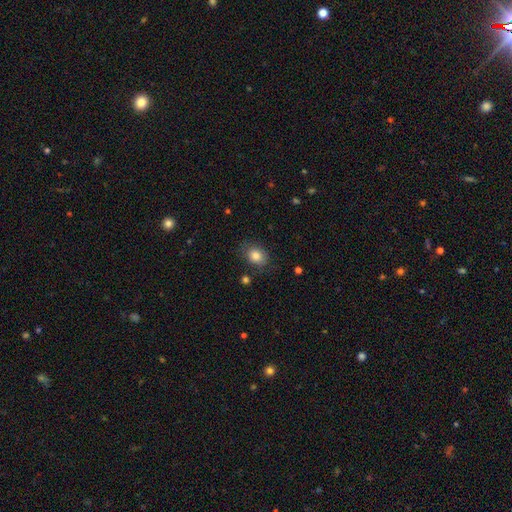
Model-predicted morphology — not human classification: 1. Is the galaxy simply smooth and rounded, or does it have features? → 83% smooth, 10% star or artifact, 8% featured or disk.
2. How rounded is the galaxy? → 58% in between, 41% round, 1% cigar-shaped.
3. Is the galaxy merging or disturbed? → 78% none, 15% minor disturbance, 4% major disturbance, 2% merger.